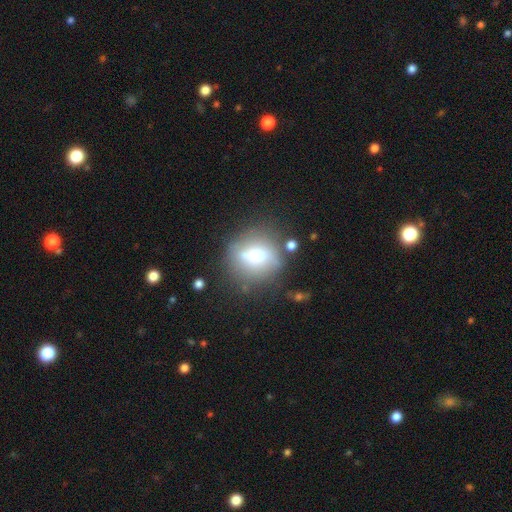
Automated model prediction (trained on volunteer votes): Smooth or featured? smooth (58%)
How rounded? round (81%)
Merging? none (66%)